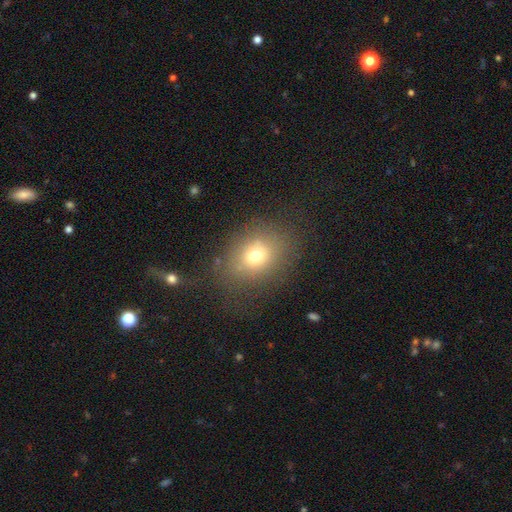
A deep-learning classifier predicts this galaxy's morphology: smooth 70%, star or artifact 16%, featured or disk 15%. Down the decision tree: how rounded — in between (50%); merging — none (71%).